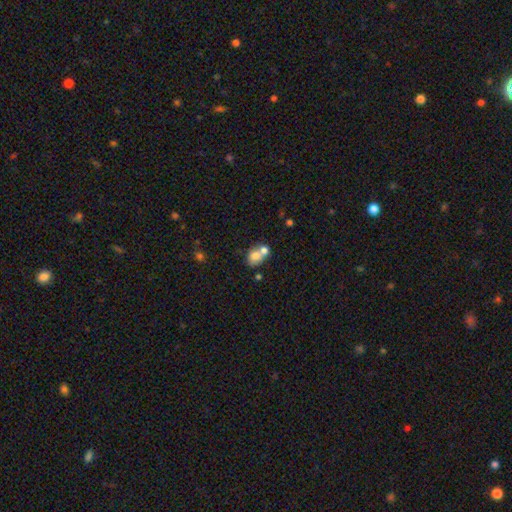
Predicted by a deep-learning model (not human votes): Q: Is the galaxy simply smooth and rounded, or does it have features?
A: smooth — 73%.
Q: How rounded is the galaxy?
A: in between — 50%.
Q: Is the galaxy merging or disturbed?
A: merger — 60%.